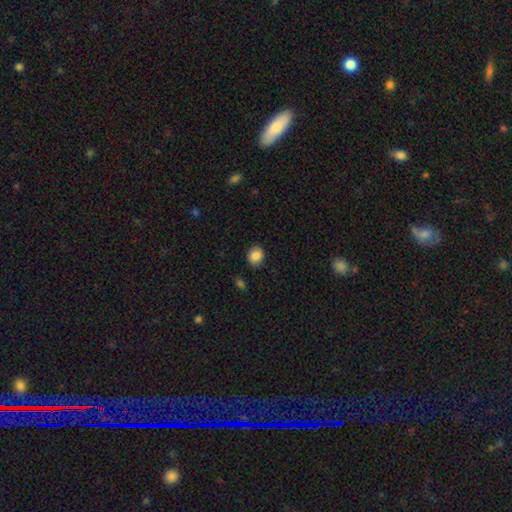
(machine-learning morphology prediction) A smooth galaxy with no disk features (86%) that is round (69%).

Vote fractions:
- Smooth or featured? smooth: 86% / star or artifact: 9% / featured or disk: 5%
- How rounded? round: 69% / in between: 31% / cigar-shaped: 1%
- Merging? none: 88% / minor disturbance: 8% / major disturbance: 2% / merger: 1%